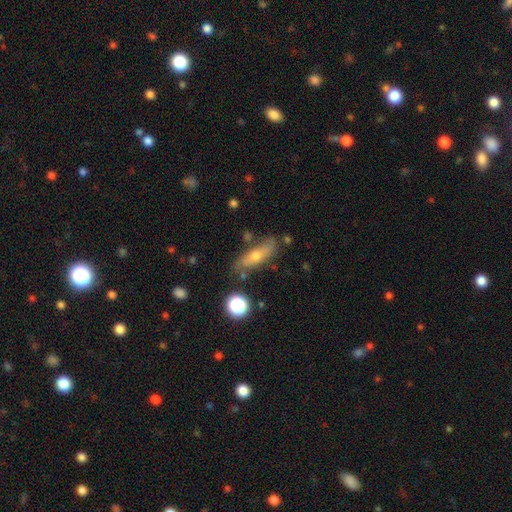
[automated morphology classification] A smooth galaxy with no disk features (49%).

Vote fractions:
- Smooth or featured? smooth: 49% / featured or disk: 41% / star or artifact: 10%
- Merging? none: 73% / minor disturbance: 17% / merger: 5% / major disturbance: 5%